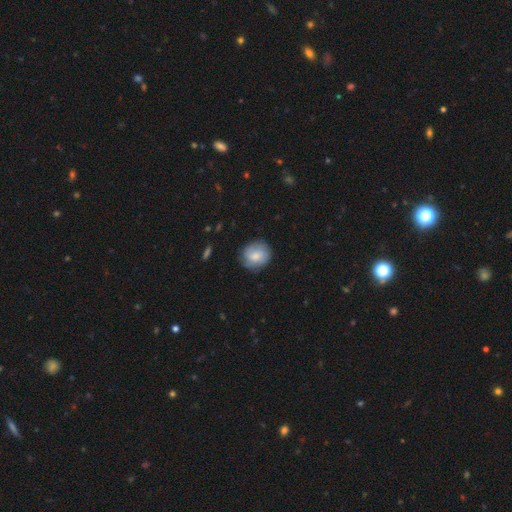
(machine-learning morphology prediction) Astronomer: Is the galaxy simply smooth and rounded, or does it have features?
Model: smooth — 76%.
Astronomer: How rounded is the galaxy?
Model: round — 82%.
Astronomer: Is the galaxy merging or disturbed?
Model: none — 81%.